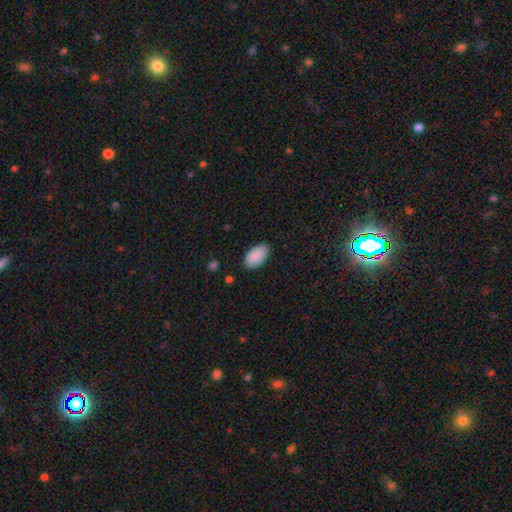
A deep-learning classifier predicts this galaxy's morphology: Overall: smooth (90%). How rounded: in between (95%). Merging: none (86%).